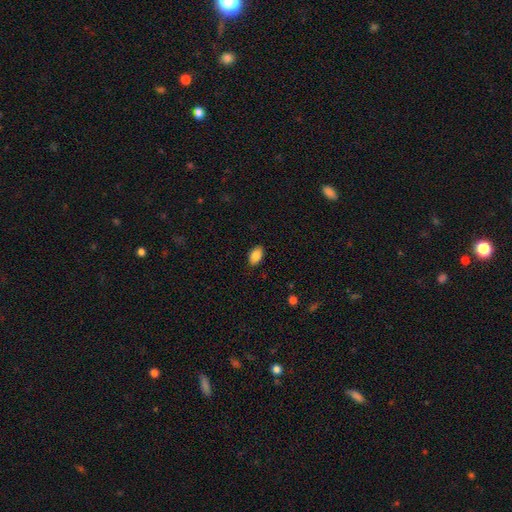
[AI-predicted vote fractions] Smooth or featured? smooth (86%)
How rounded? in between (92%)
Merging? none (87%)